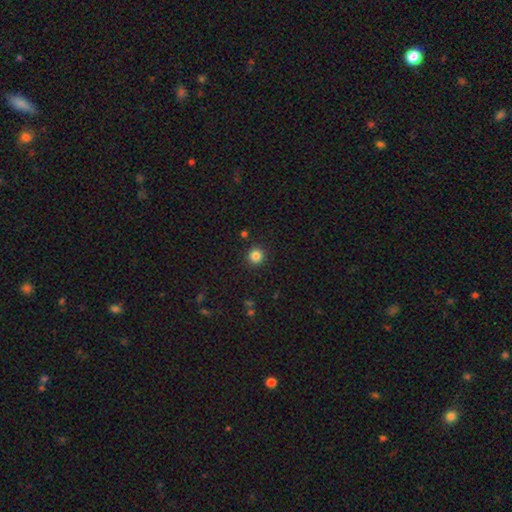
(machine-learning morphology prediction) Q: Smooth or featured?
A: smooth (83%); runner-up: star or artifact (12%)
Q: How rounded?
A: round (94%); runner-up: in between (5%)
Q: Merging?
A: none (92%); runner-up: minor disturbance (5%)